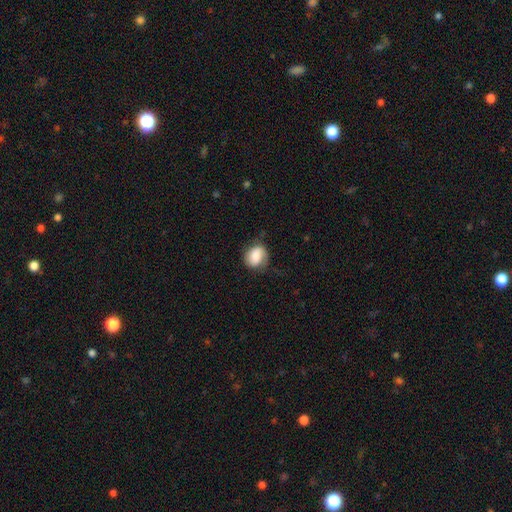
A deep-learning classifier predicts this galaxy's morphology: Smooth or featured? Predicted: smooth (p=0.71). How rounded? Predicted: round (p=0.54). Merging? Predicted: none (p=0.61).